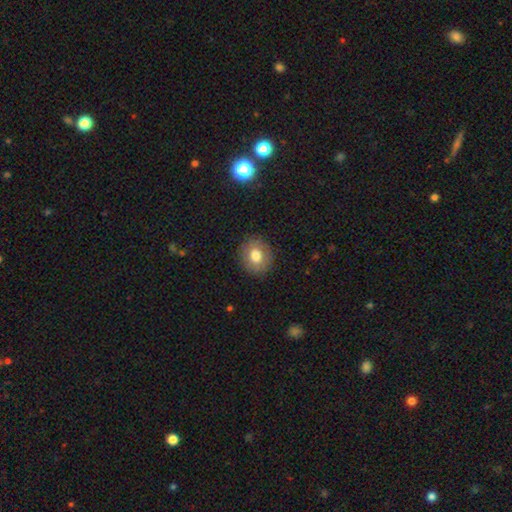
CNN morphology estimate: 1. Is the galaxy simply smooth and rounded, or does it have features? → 73% smooth, 18% featured or disk, 10% star or artifact.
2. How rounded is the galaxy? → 75% round, 24% in between, 1% cigar-shaped.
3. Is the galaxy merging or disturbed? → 86% none, 10% minor disturbance, 3% major disturbance, 1% merger.